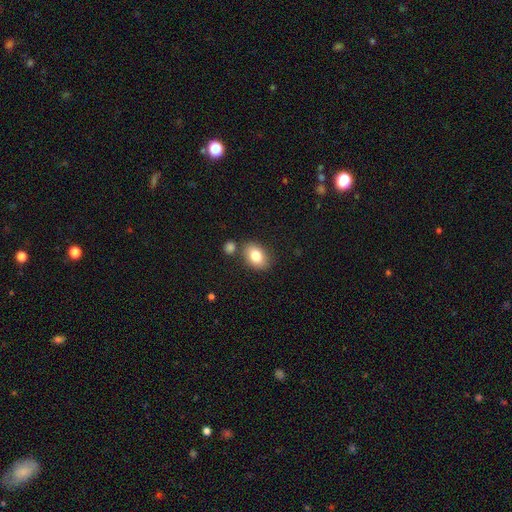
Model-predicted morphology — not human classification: The model was most divided on "merging": none: 73%, minor disturbance: 13%, merger: 11%, major disturbance: 3%. More confident: how rounded — in between (83%); smooth or featured — smooth (82%).